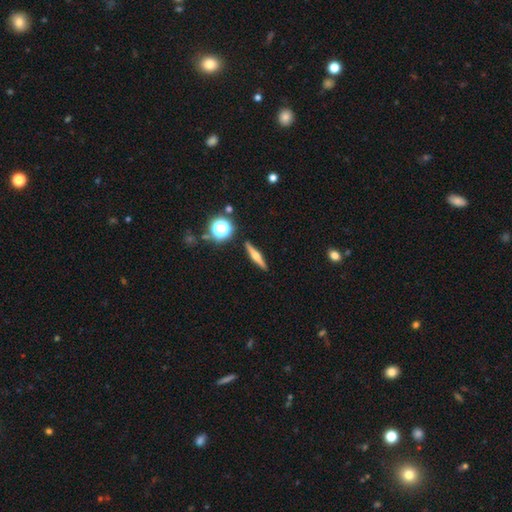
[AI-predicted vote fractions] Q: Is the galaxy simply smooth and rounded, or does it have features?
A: featured or disk — 64%.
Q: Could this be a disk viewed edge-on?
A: yes — 97%.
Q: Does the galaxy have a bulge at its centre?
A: rounded — 91%.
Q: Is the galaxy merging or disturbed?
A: none — 91%.